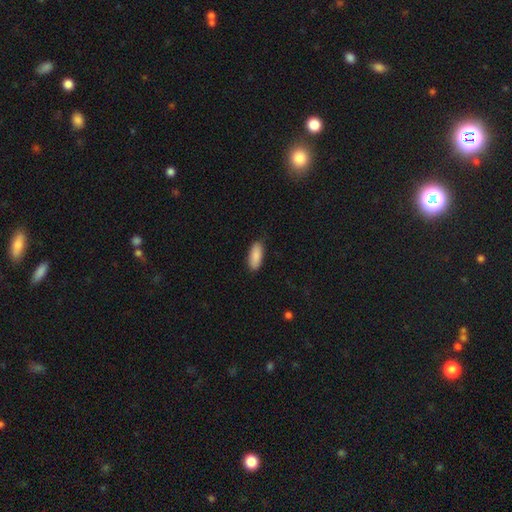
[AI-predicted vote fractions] This is clearly a smooth galaxy (89%). How rounded: likely in between (80%). Merging: clearly none (86%).